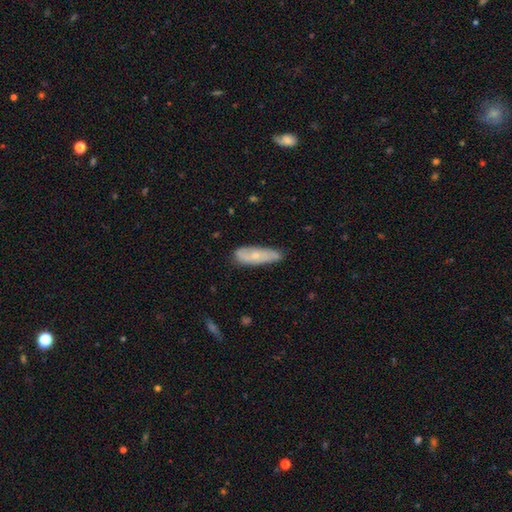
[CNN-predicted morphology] Q: Smooth or featured?
A: smooth (51%); runner-up: featured or disk (42%)
Q: How rounded?
A: cigar-shaped (51%); runner-up: in between (47%)
Q: Merging?
A: none (69%); runner-up: minor disturbance (24%)